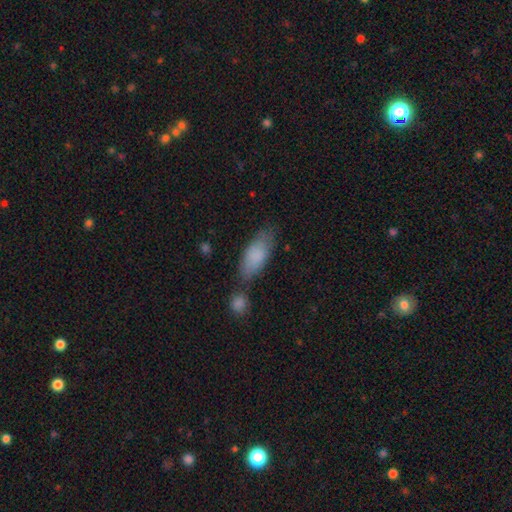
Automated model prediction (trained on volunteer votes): Morphology: type=smooth (83%); roundness=in between (77%); merging=none (59%).